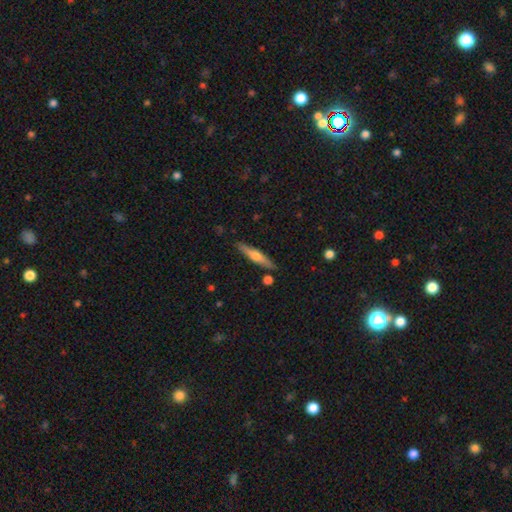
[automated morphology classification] featured or disk 50%, smooth 44%, star or artifact 6%. Down the decision tree: merging — none (86%).